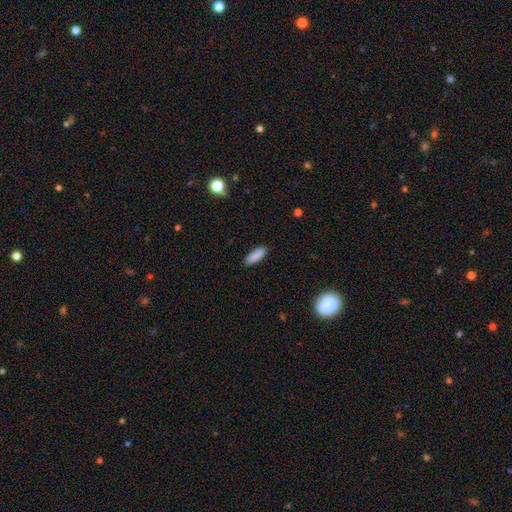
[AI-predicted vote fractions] Smooth or featured?
  - smooth: 89% *
  - star or artifact: 7%
  - featured or disk: 5%
How rounded?
  - in between: 55% *
  - cigar-shaped: 43%
  - round: 2%
Merging?
  - none: 89% *
  - minor disturbance: 8%
  - major disturbance: 2%
  - merger: 1%